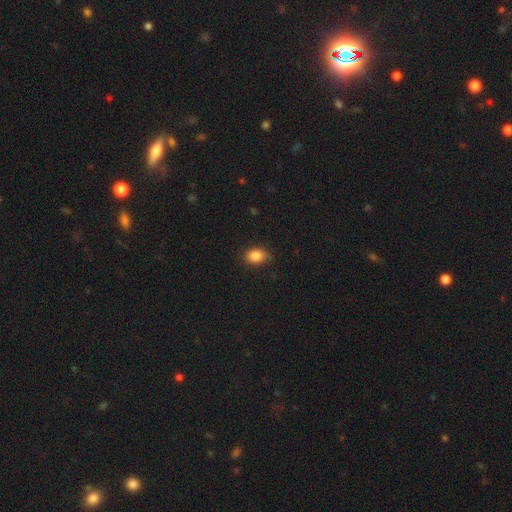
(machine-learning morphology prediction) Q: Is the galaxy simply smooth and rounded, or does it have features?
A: smooth — 86%.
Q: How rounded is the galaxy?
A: in between — 72%.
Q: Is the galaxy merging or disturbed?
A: none — 79%.